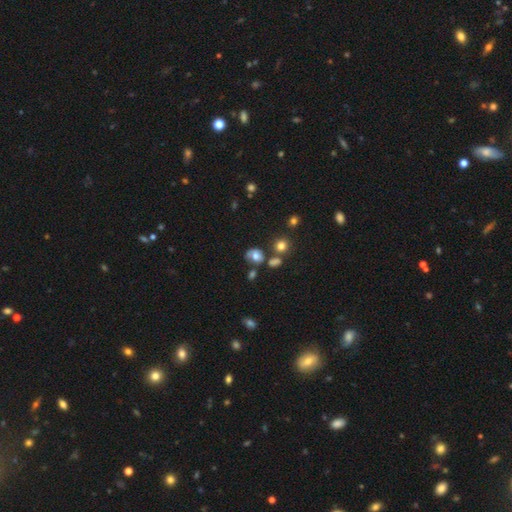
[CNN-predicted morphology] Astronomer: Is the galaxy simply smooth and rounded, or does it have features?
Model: smooth — 66%.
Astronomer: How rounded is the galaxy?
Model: round — 53% (runner-up: in between, 46%).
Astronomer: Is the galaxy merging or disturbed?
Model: none — 50%.